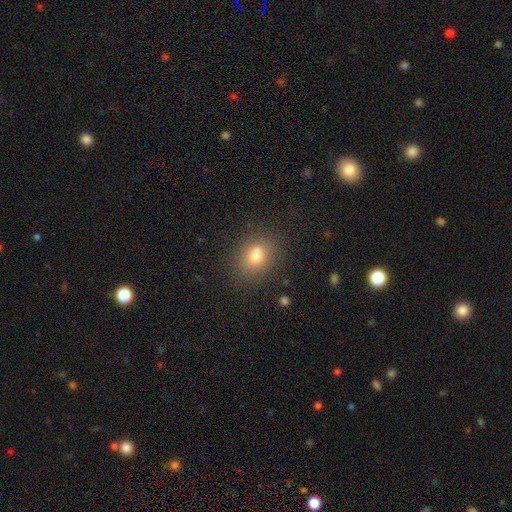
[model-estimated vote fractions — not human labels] Overall: smooth (73%). How rounded: in between (50%; round 48%). Merging: none (69%).